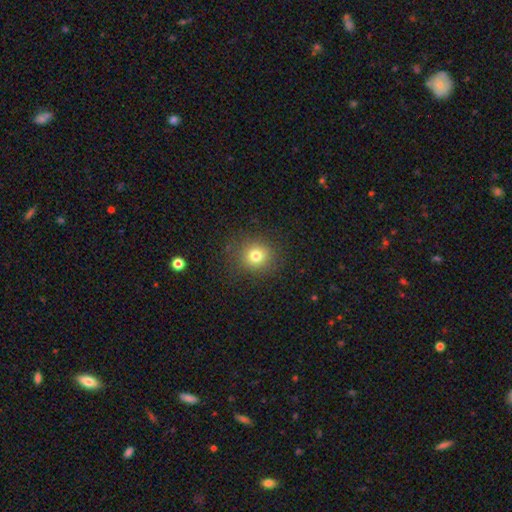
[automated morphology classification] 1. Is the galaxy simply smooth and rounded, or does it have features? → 77% smooth, 14% star or artifact, 8% featured or disk.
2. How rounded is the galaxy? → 86% round, 13% in between, 1% cigar-shaped.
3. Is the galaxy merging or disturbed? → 86% none, 9% minor disturbance, 4% major disturbance, 1% merger.